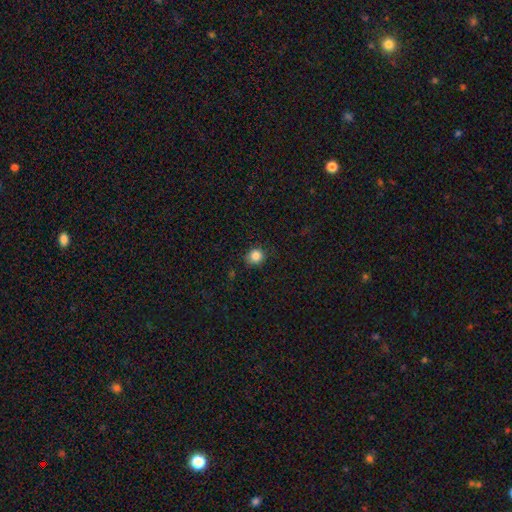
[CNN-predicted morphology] type=smooth (85%); roundness=round (82%); merging=none (81%).